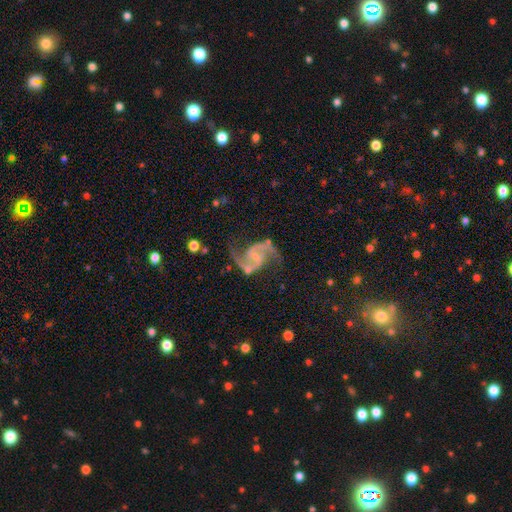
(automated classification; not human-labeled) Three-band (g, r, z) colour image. It shows a featured or disk galaxy (92%) with a weak bar (44%), 2 (94%) medium (51%) spiral arms (98%) and a small central bulge (56%). Merging: none (71%).